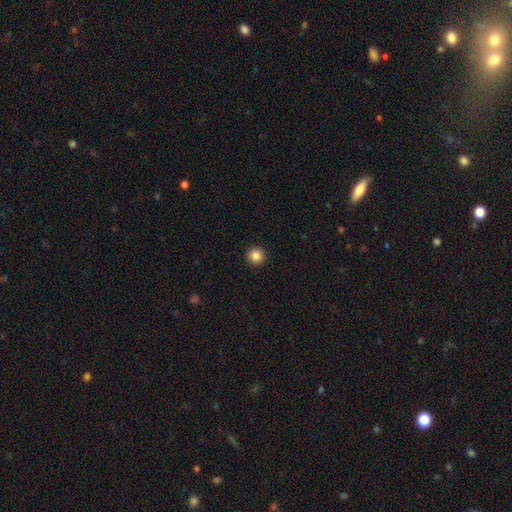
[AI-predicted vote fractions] Q: Smooth or featured?
A: smooth (86%); runner-up: star or artifact (11%)
Q: How rounded?
A: round (96%); runner-up: in between (3%)
Q: Merging?
A: none (94%); runner-up: minor disturbance (4%)